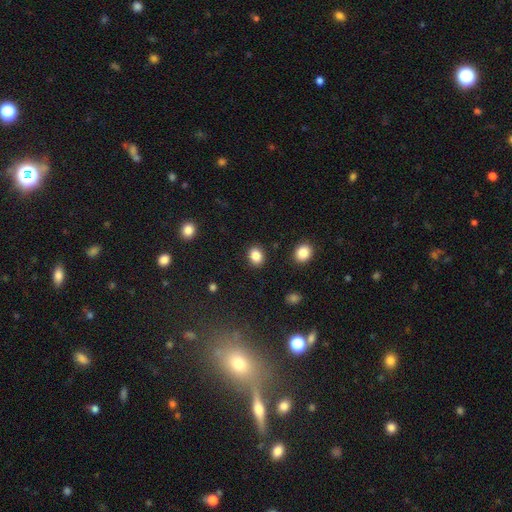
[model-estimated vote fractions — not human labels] This is clearly a smooth galaxy (85%). How rounded: possibly in between (53%). Merging: clearly none (88%).